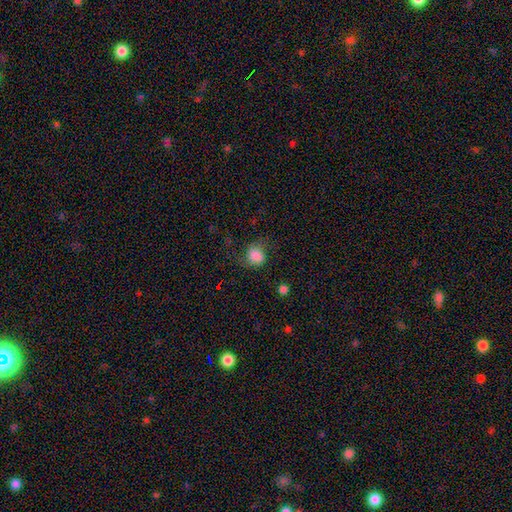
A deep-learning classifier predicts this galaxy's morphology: smooth_or_featured: smooth (p=0.78) [alt: featured or disk p=0.13]
how_rounded: round (p=0.65) [alt: in between p=0.34]
merging: none (p=0.56) [alt: minor disturbance p=0.25]